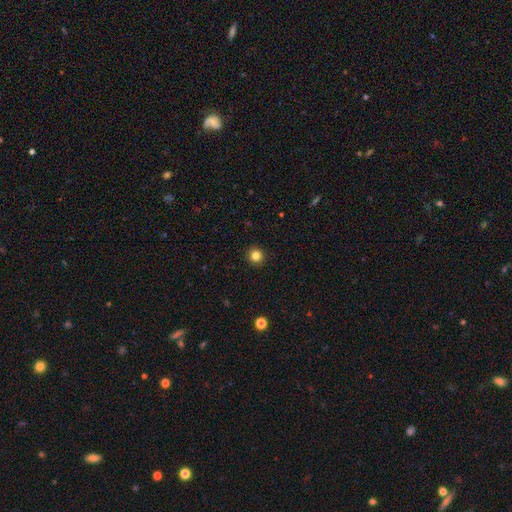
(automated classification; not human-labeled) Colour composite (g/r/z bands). It shows a smooth galaxy with no disk features (83%) that is round (95%). Merging: none (93%).